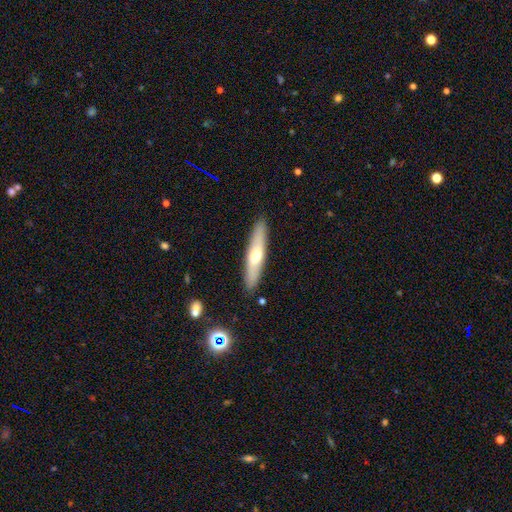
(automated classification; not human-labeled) This appears to be a smooth galaxy with no disk features (52%) that is cigar-shaped (85%). Merging: none (89%).